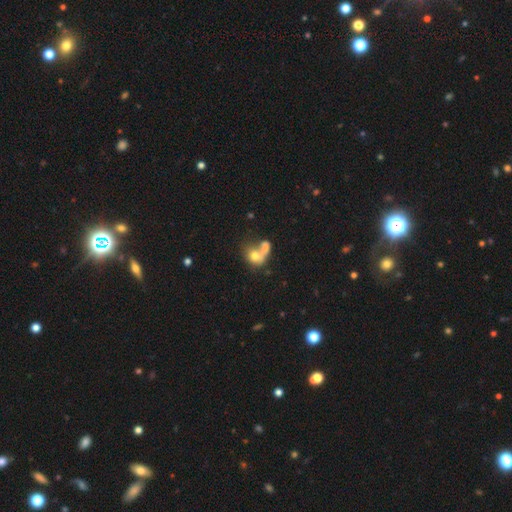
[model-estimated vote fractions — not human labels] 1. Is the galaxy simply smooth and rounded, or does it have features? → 62% smooth, 28% featured or disk, 10% star or artifact.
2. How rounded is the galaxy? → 51% round, 47% in between, 2% cigar-shaped.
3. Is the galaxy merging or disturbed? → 57% merger, 19% none, 16% major disturbance, 8% minor disturbance.